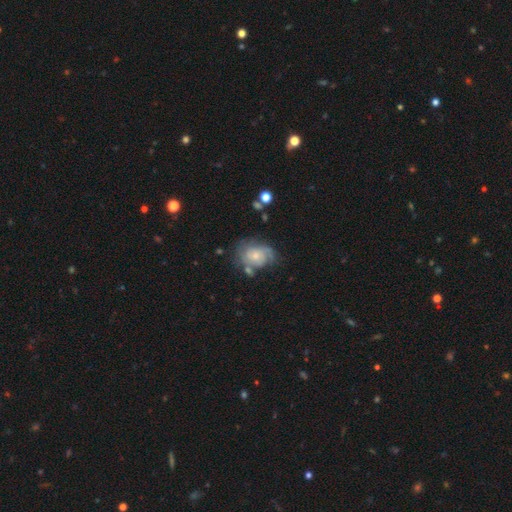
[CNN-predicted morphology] A featured or disk galaxy (67%) with no bar (76%), can't tell (34%, tied with 2) tight (46%) spiral arms (86%) and a small central bulge (60%).

Vote fractions:
- Smooth or featured? featured or disk: 67% / smooth: 26% / star or artifact: 7%
- Edge-on disk? no: 97% / yes: 3%
- Bar? no: 76% / weak: 21% / strong: 3%
- Spiral arms? yes: 86% / no: 14%
- Spiral winding? tight: 46% / medium: 37% / loose: 17%
- Spiral arm count? can't tell: 34% (tied) / 2: 34% (tied) / 3: 15% / 1: 10% / 4: 4% / more than 4: 3%
- Bulge size? small: 60% / moderate: 32% / none: 4% / large: 3% / dominant: 1%
- Merging? none: 50% / minor disturbance: 25% / major disturbance: 16% / merger: 9%